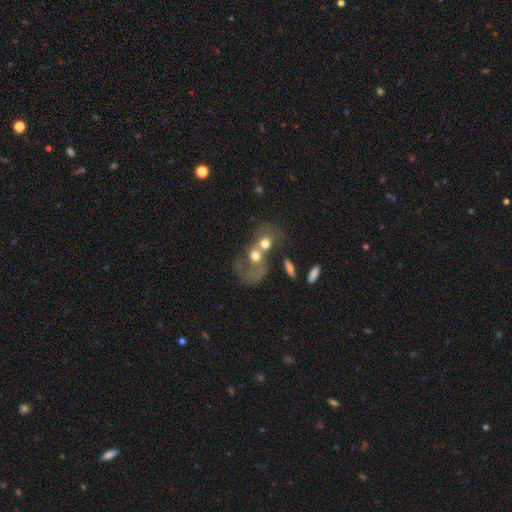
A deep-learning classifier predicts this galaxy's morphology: Q: Smooth or featured?
A: smooth (49%); runner-up: featured or disk (39%)
Q: Merging?
A: merger (68%); runner-up: major disturbance (14%)